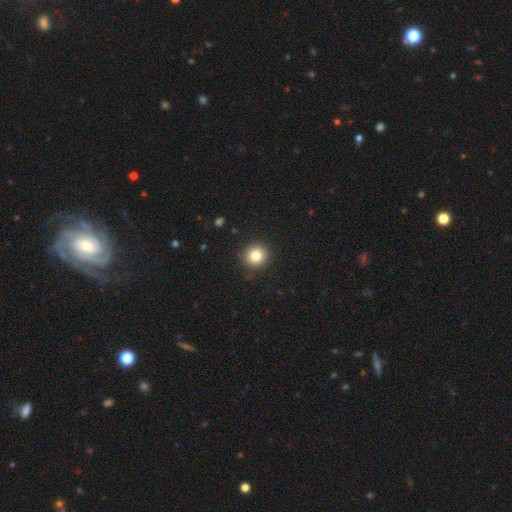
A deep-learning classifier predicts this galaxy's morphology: Smooth or featured?
  - smooth: 83% *
  - star or artifact: 11%
  - featured or disk: 6%
How rounded?
  - round: 92% *
  - in between: 7%
  - cigar-shaped: 1%
Merging?
  - none: 90% *
  - minor disturbance: 7%
  - major disturbance: 2%
  - merger: 1%